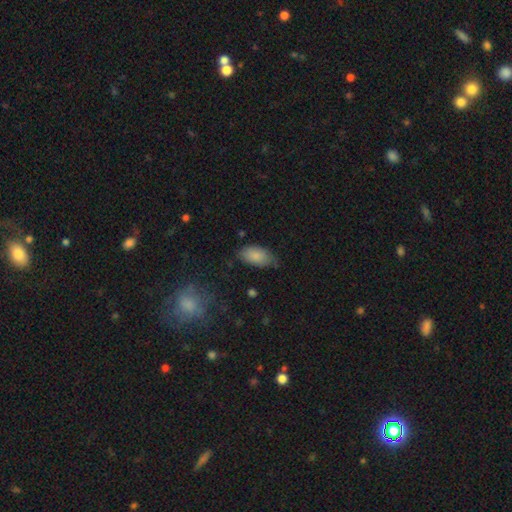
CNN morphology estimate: Smooth or featured? Predicted: smooth (p=0.85). How rounded? Predicted: in between (p=0.93). Merging? Predicted: none (p=0.67).